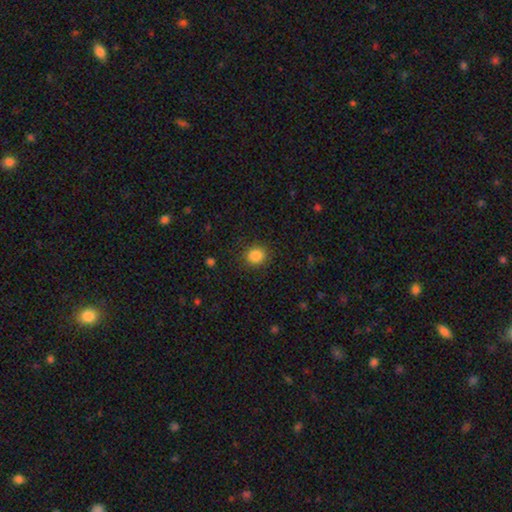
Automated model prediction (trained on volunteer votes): Morphology: type=smooth (86%); roundness=round (77%); merging=none (88%).